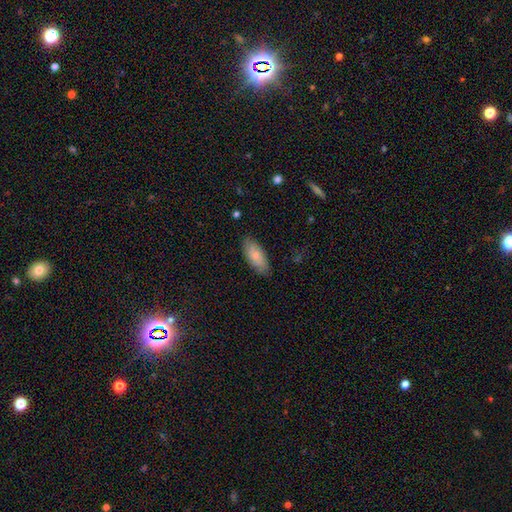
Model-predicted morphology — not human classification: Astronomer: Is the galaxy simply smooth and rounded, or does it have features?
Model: smooth — 80%.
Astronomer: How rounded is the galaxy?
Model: in between — 83%.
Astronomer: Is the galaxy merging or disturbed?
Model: none — 82%.